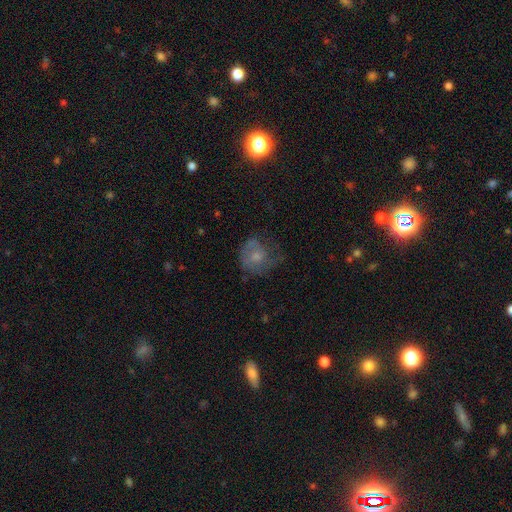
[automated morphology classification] Overall: smooth (52%; featured or disk 38%). How rounded: round (71%). Merging: none (42%; major disturbance 29%).